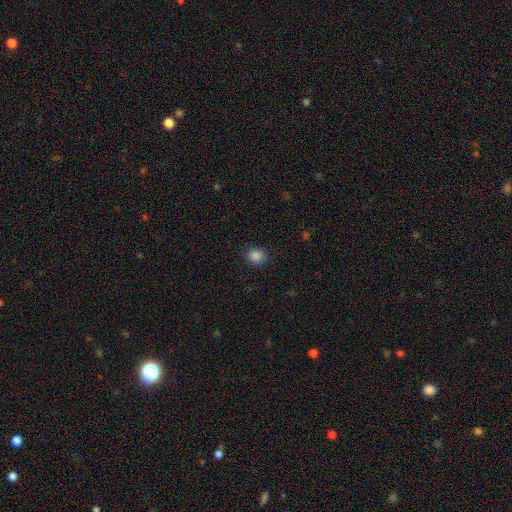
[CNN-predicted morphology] This is clearly a smooth galaxy (86%). How rounded: likely round (79%). Merging: clearly none (89%).